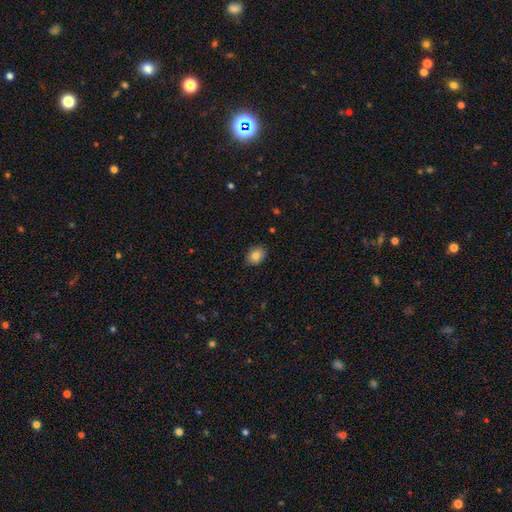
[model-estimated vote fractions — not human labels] Smooth or featured? smooth (84%)
How rounded? in between (71%)
Merging? none (86%)